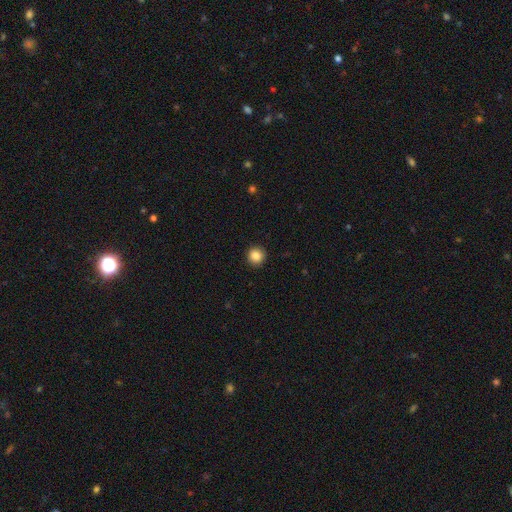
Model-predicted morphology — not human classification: This is clearly a smooth galaxy (87%). How rounded: clearly round (94%). Merging: clearly none (92%).